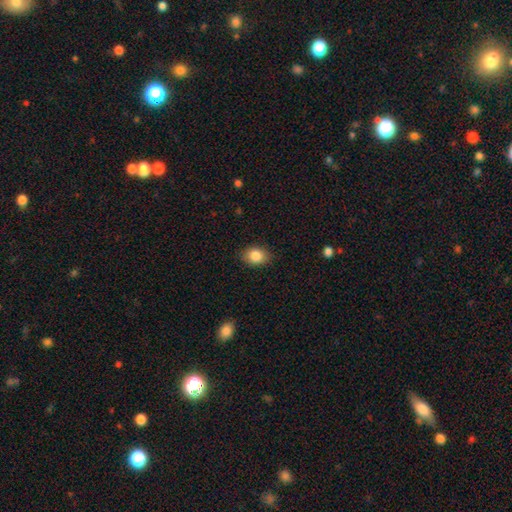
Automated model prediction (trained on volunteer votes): This appears to be a smooth galaxy with no disk features (85%) that is in between round and cigar-shaped (69%). Merging: none (84%).